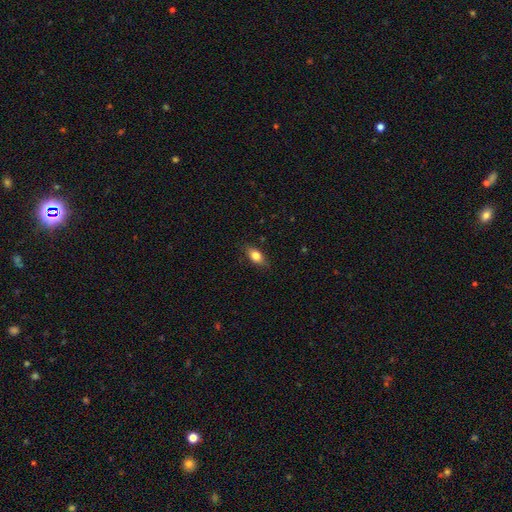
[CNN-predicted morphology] Q: Smooth or featured?
A: smooth (78%); runner-up: featured or disk (15%)
Q: How rounded?
A: in between (82%); runner-up: cigar-shaped (10%)
Q: Merging?
A: none (82%); runner-up: minor disturbance (14%)